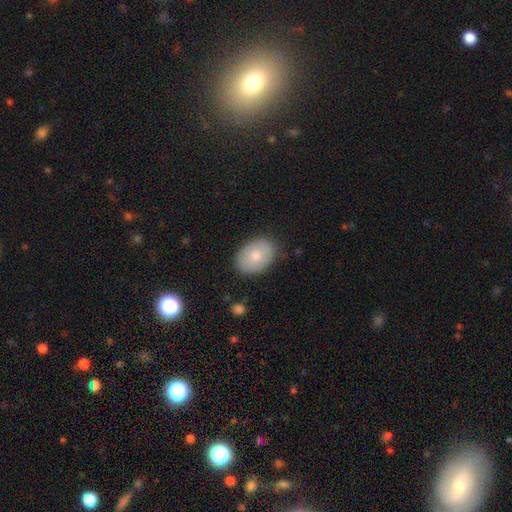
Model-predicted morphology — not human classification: A smooth galaxy with no disk features (76%) that is in between round and cigar-shaped (79%).

Vote fractions:
- Smooth or featured? smooth: 76% / featured or disk: 17% / star or artifact: 7%
- How rounded? in between: 79% / round: 20% / cigar-shaped: 1%
- Merging? none: 85% / minor disturbance: 12% / major disturbance: 3% / merger: 1%